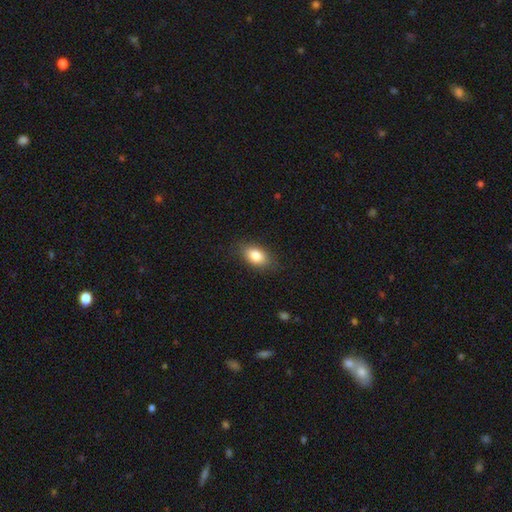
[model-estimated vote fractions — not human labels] Smooth or featured: smooth — 83% (featured or disk — 9%)
How rounded: in between — 87% (round — 10%)
Merging: none — 83% (minor disturbance — 13%)